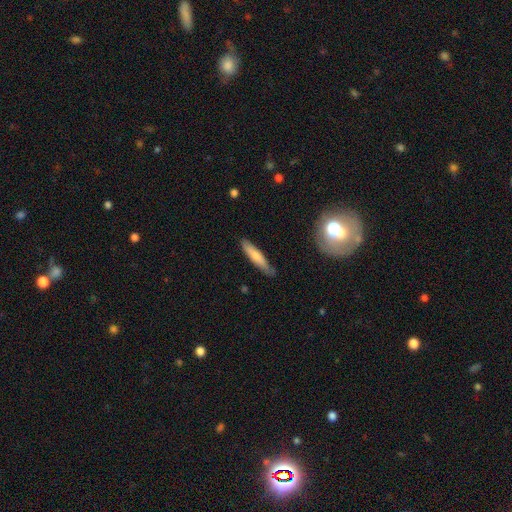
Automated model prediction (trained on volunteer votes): Smooth or featured? smooth (71%)
How rounded? cigar-shaped (87%)
Merging? none (78%)